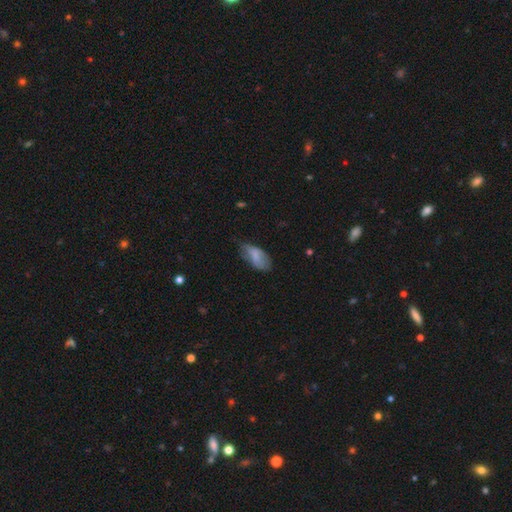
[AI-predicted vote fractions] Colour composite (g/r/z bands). It shows a smooth galaxy with no disk features (75%) that is in between round and cigar-shaped (92%). Merging: none (46%).